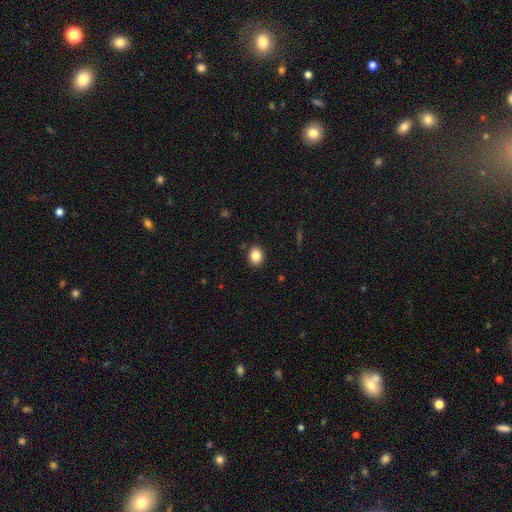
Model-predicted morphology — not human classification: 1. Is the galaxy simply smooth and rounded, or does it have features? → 85% smooth, 10% star or artifact, 6% featured or disk.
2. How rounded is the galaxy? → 52% in between, 47% round, 1% cigar-shaped.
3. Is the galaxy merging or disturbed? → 89% none, 8% minor disturbance, 2% major disturbance, 1% merger.